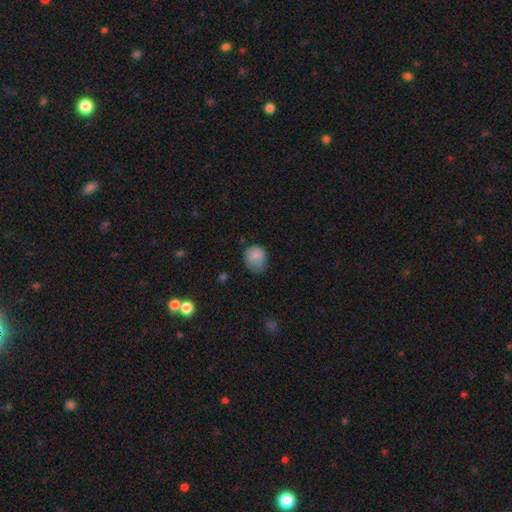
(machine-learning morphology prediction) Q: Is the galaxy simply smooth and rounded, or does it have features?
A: smooth — 82%.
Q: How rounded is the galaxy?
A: round — 62%.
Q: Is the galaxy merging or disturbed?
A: none — 45%.